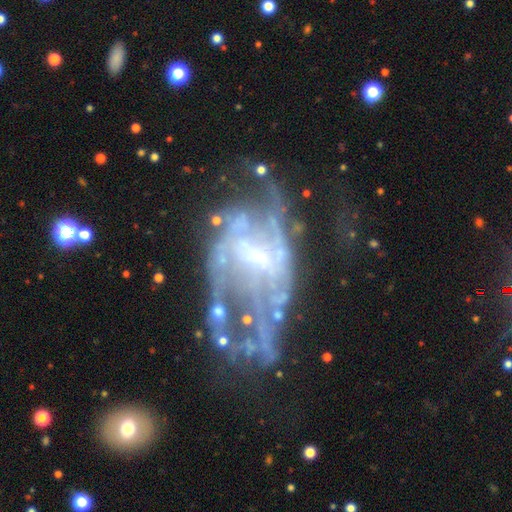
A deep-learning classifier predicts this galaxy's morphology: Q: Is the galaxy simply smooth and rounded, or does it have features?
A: featured or disk — 84%.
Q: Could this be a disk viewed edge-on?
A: no — 96%.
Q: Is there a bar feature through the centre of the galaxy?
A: weak — 42%, tied with no.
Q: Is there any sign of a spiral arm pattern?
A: yes — 81%.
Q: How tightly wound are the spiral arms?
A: medium — 41%.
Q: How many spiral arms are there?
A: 2 — 41%.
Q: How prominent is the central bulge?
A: small — 65%.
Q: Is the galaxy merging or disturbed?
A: major disturbance — 37%.